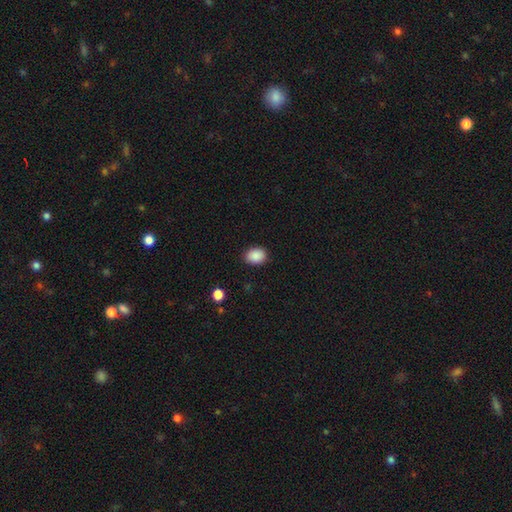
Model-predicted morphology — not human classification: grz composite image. It shows a smooth galaxy with no disk features (89%) that is in between round and cigar-shaped (65%). Merging: none (87%).